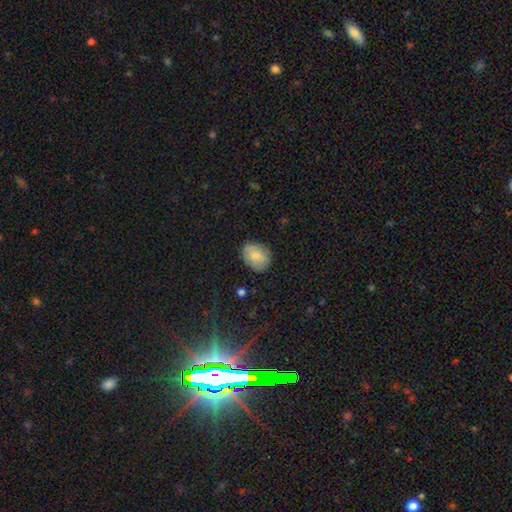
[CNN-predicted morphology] smooth_or_featured: smooth (p=0.82) [alt: featured or disk p=0.11]
how_rounded: in between (p=0.62) [alt: round p=0.37]
merging: none (p=0.81) [alt: minor disturbance p=0.15]